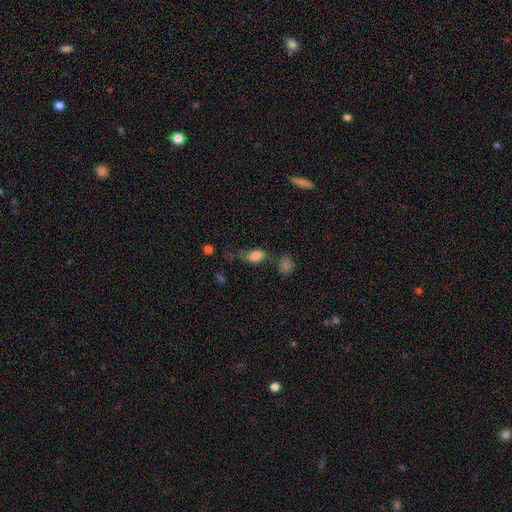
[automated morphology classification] smooth-or-featured: smooth: 76% | featured or disk: 12% | star or artifact: 12%
  how-rounded: in between: 83% | round: 13% | cigar-shaped: 4%
  merging: none: 36% | minor disturbance: 27% | major disturbance: 25% | merger: 12%